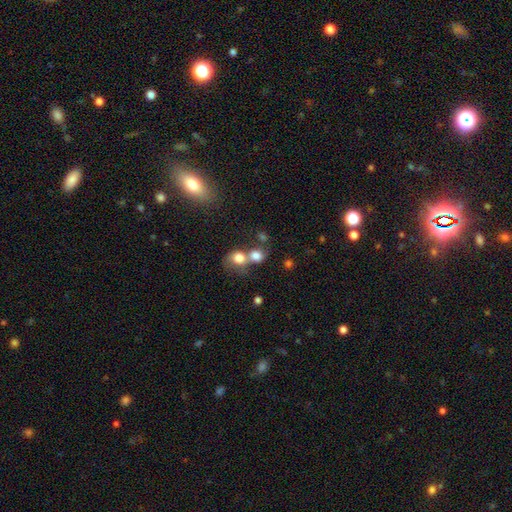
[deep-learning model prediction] Smooth or featured?
  - smooth: 77% *
  - featured or disk: 13%
  - star or artifact: 10%
How rounded?
  - round: 69% *
  - in between: 29%
  - cigar-shaped: 1%
Merging?
  - merger: 63% *
  - none: 24%
  - minor disturbance: 7%
  - major disturbance: 6%